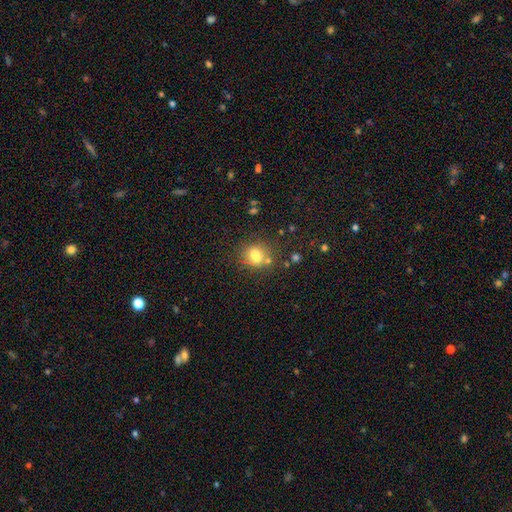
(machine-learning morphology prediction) Smooth or featured? smooth (75%)
How rounded? round (53%)
Merging? none (62%)